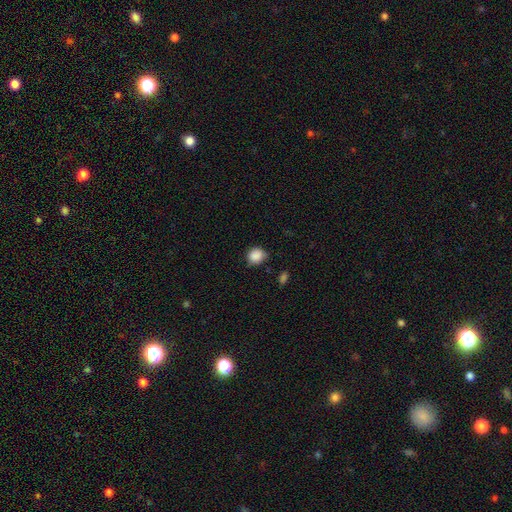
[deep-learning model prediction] smooth 88%, star or artifact 9%, featured or disk 4%. Down the decision tree: how rounded — round (77%); merging — none (69%).